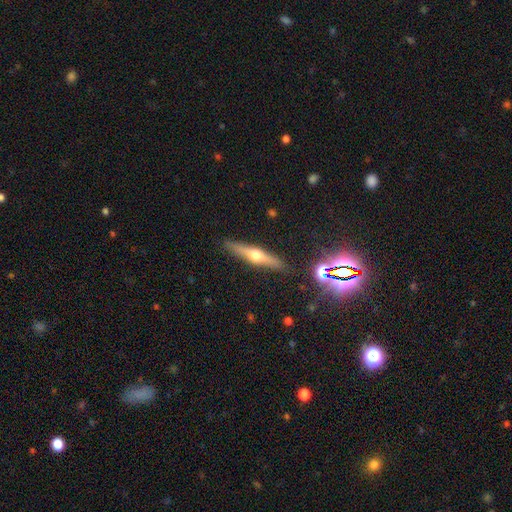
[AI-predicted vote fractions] A featured or disk galaxy (64%) viewed edge-on (96%) with a rounded central bulge (93%). Merging: none (89%).